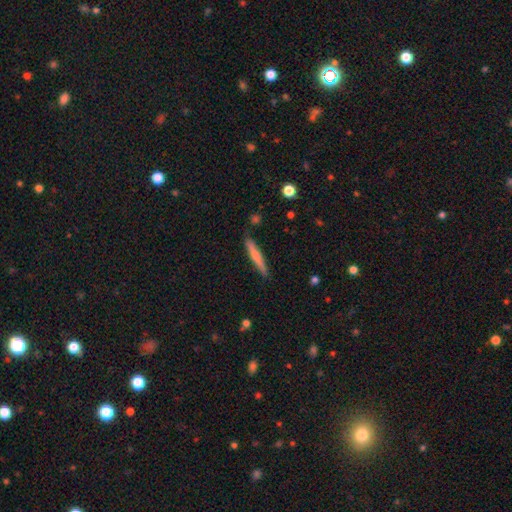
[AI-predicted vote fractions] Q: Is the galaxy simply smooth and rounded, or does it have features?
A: smooth — 62%.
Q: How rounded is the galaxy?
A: cigar-shaped — 93%.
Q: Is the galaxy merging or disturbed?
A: none — 86%.